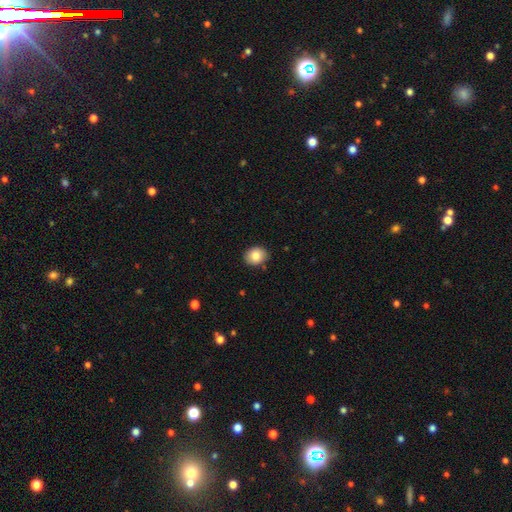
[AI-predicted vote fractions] A smooth galaxy with no disk features (83%) that is round (50%).

Vote fractions:
- Smooth or featured? smooth: 83% / star or artifact: 8% / featured or disk: 8%
- How rounded? round: 50% / in between: 49% / cigar-shaped: 1%
- Merging? none: 86% / minor disturbance: 11% / major disturbance: 2% / merger: 2%